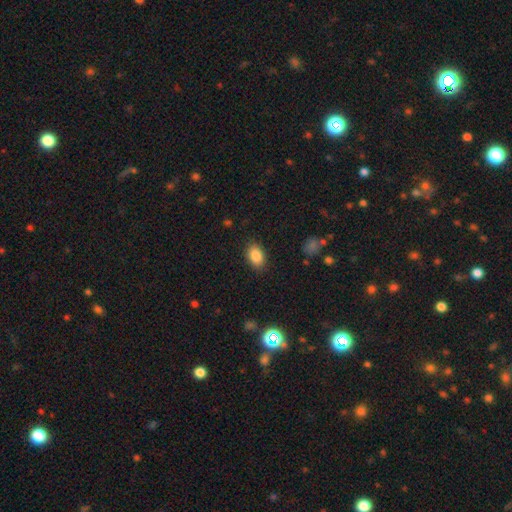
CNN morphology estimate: Smooth or featured?
  - smooth: 86% *
  - star or artifact: 8%
  - featured or disk: 5%
How rounded?
  - in between: 85% *
  - round: 14%
  - cigar-shaped: 1%
Merging?
  - none: 86% *
  - minor disturbance: 10%
  - major disturbance: 3%
  - merger: 1%